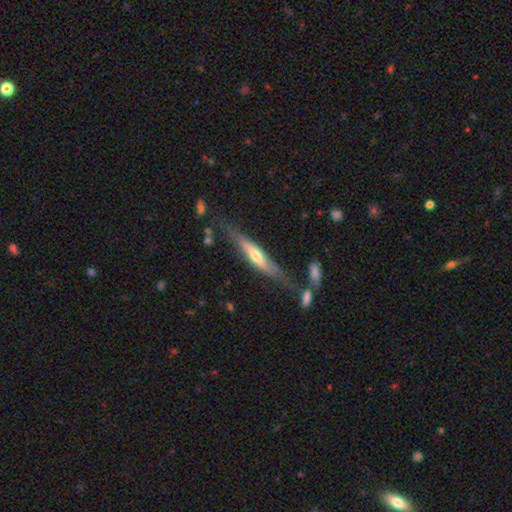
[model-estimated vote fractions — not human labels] Overall: featured or disk (55%; smooth 39%). Edge-on disk: yes (84%). Merging: none (63%).